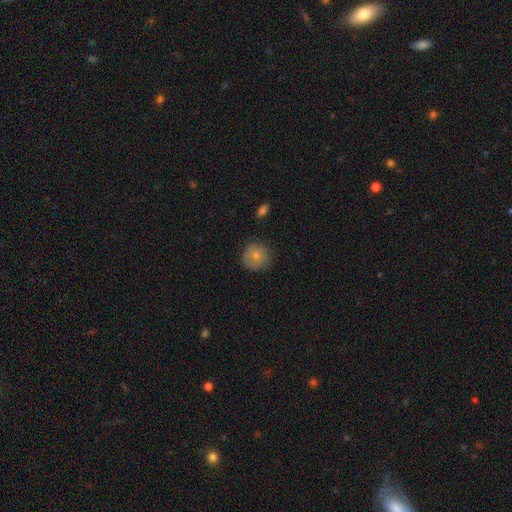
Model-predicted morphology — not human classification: Smooth or featured? smooth (79%)
How rounded? round (93%)
Merging? none (81%)